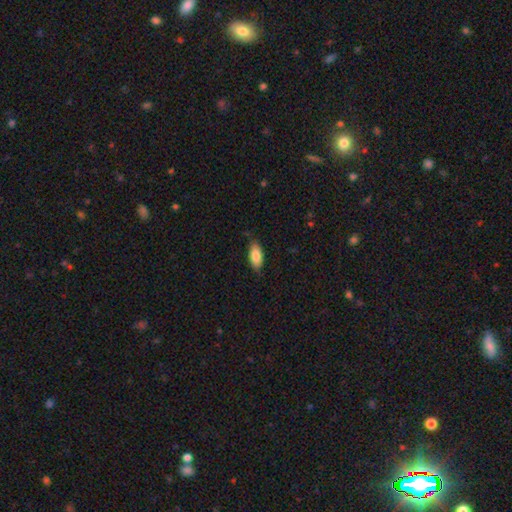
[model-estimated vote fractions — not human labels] The model was most divided on "merging": none: 79%, minor disturbance: 17%, major disturbance: 3%, merger: 1%. More confident: how rounded — in between (87%); smooth or featured — smooth (85%).